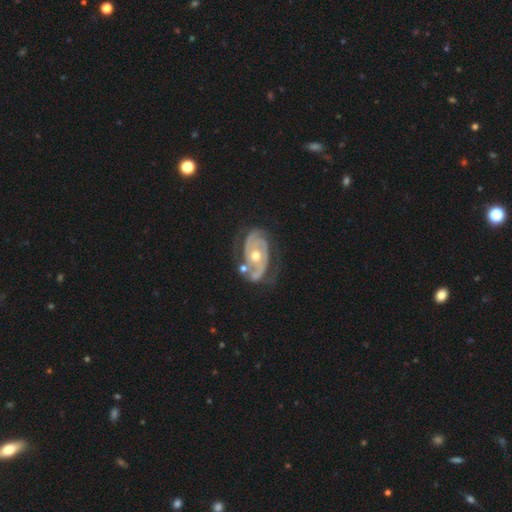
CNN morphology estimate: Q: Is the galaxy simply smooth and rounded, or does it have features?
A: featured or disk — 89%.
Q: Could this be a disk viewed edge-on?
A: no — 97%.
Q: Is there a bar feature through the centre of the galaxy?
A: no — 71%.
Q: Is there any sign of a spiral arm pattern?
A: yes — 94%.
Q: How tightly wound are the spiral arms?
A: tight — 60%.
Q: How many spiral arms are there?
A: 2 — 70%.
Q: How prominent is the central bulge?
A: moderate — 73%.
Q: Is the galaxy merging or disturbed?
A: none — 58%.